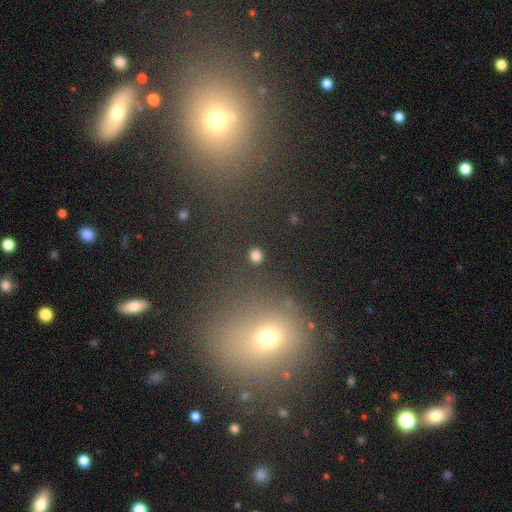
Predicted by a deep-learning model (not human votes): Morphology: type=smooth (81%); roundness=round (77%); merging=none (89%).